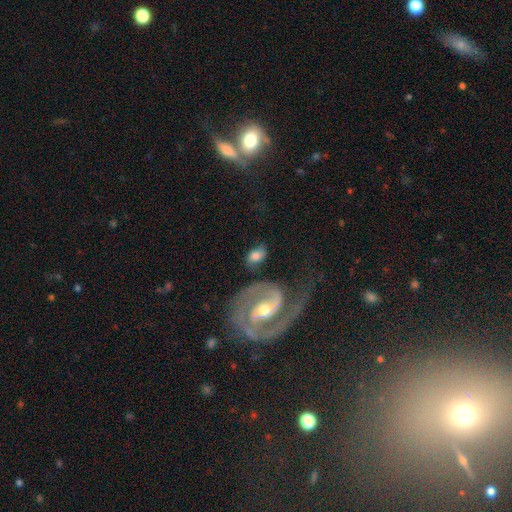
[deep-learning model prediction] Q: Smooth or featured?
A: smooth (54%); runner-up: featured or disk (38%)
Q: How rounded?
A: in between (83%); runner-up: round (14%)
Q: Merging?
A: none (61%); runner-up: minor disturbance (18%)